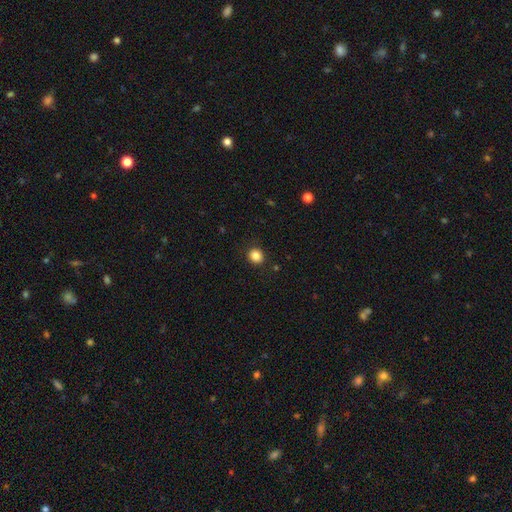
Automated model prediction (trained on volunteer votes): Q: Smooth or featured?
A: smooth (85%); runner-up: star or artifact (11%)
Q: How rounded?
A: round (84%); runner-up: in between (15%)
Q: Merging?
A: none (90%); runner-up: minor disturbance (6%)